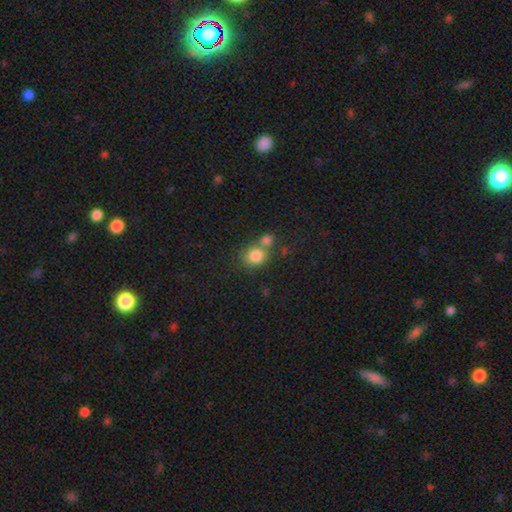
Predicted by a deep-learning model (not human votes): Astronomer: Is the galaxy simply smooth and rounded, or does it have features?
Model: smooth — 82%.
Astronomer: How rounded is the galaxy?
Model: round — 76%.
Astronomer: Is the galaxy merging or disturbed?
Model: none — 48% (runner-up: merger, 39%).